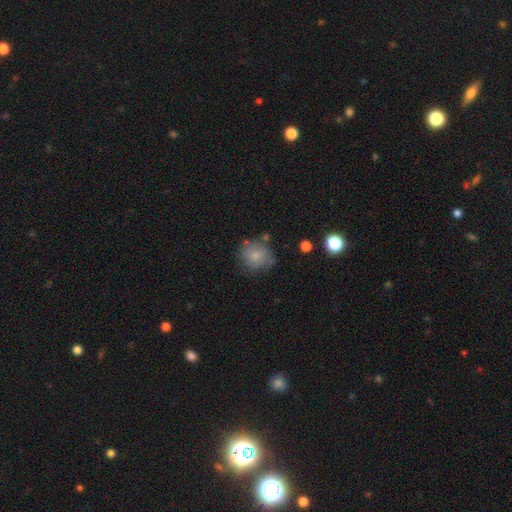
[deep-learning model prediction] Overall: smooth (75%). How rounded: round (82%). Merging: none (61%; minor disturbance 25%).